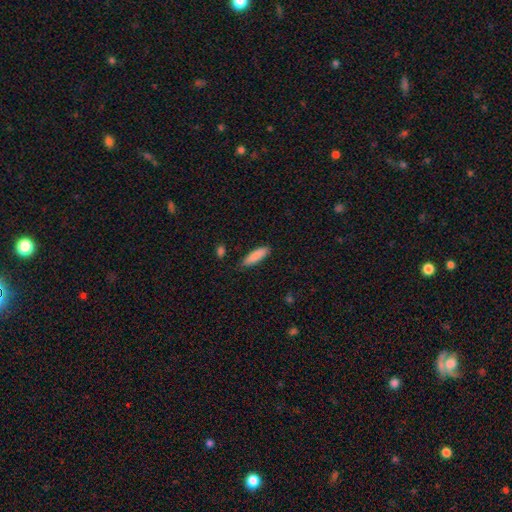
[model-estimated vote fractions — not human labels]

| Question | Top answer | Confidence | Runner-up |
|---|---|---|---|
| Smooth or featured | smooth | 88% | star or artifact (6%) |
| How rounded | cigar-shaped | 61% | in between (37%) |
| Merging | none | 81% | minor disturbance (15%) |